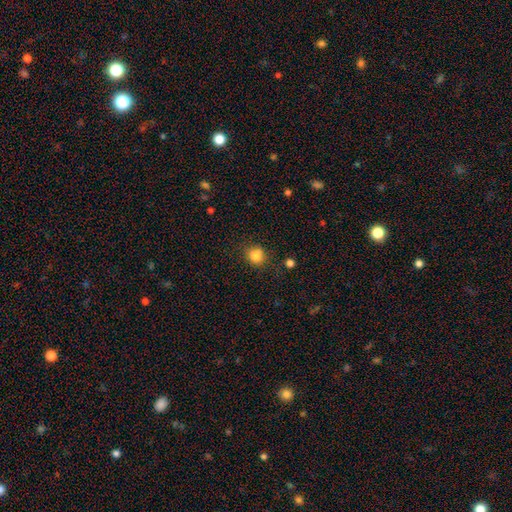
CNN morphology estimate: Smooth or featured?
  - smooth: 83% *
  - star or artifact: 12%
  - featured or disk: 5%
How rounded?
  - round: 80% *
  - in between: 19%
  - cigar-shaped: 1%
Merging?
  - none: 79% *
  - minor disturbance: 14%
  - major disturbance: 4%
  - merger: 3%